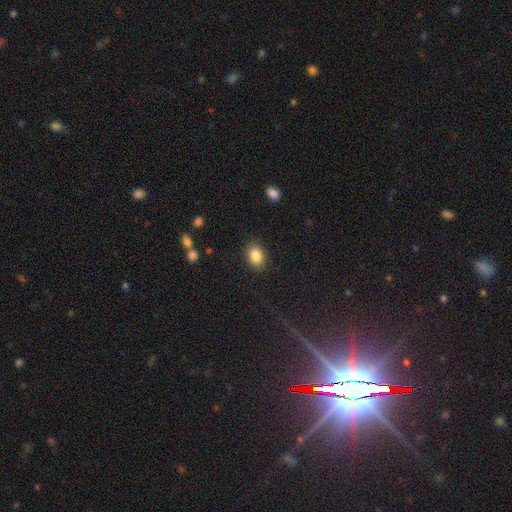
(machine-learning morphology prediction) smooth 85%, star or artifact 8%, featured or disk 6%. Down the decision tree: how rounded — in between (77%); merging — none (85%).